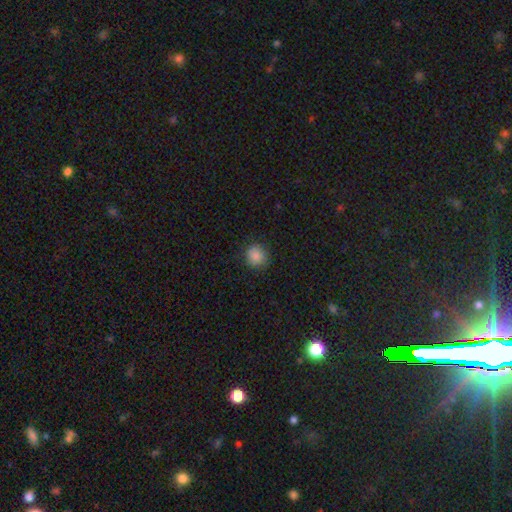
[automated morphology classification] A smooth galaxy with no disk features (86%) that is round (87%). Merging: none (87%).